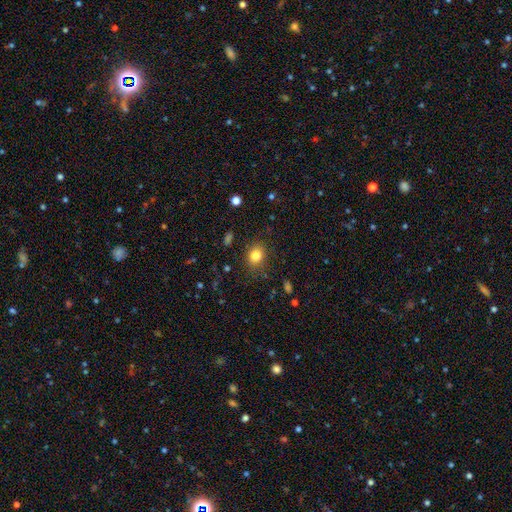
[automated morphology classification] Q: Smooth or featured?
A: smooth (82%); runner-up: star or artifact (11%)
Q: How rounded?
A: round (56%); runner-up: in between (43%)
Q: Merging?
A: none (83%); runner-up: minor disturbance (12%)